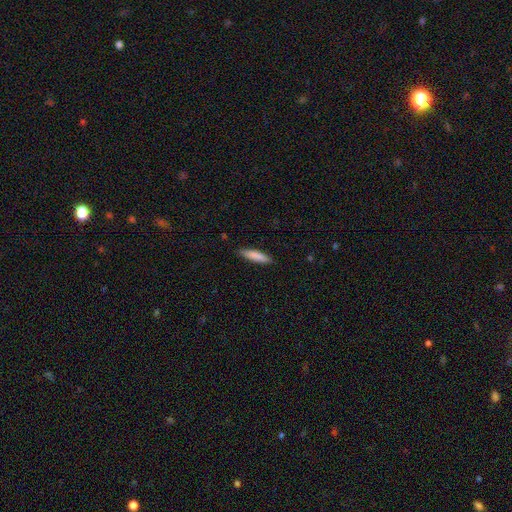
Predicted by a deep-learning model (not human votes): Smooth or featured: smooth — 84% (featured or disk — 10%)
How rounded: cigar-shaped — 82% (in between — 17%)
Merging: none — 88% (minor disturbance — 9%)